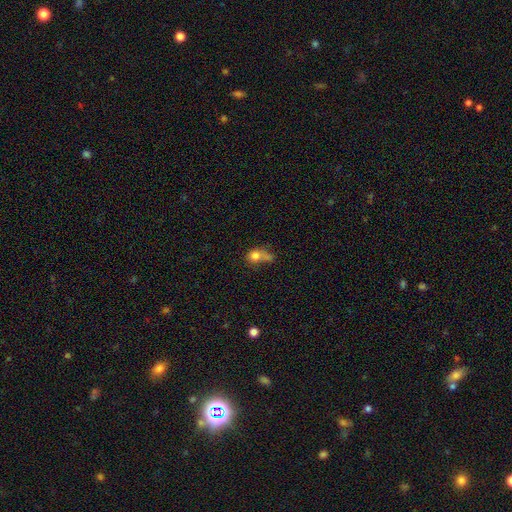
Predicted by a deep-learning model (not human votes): Smooth or featured?
  - smooth: 76% *
  - featured or disk: 13%
  - star or artifact: 11%
How rounded?
  - round: 58% *
  - in between: 40%
  - cigar-shaped: 2%
Merging?
  - merger: 33% *
  - none: 29%
  - minor disturbance: 20%
  - major disturbance: 19%